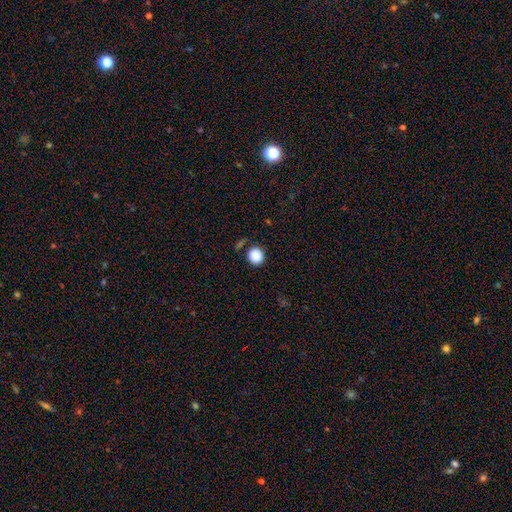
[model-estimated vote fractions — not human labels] smooth_or_featured: smooth (p=0.88) [alt: star or artifact p=0.10]
how_rounded: round (p=0.91) [alt: in between p=0.08]
merging: none (p=0.85) [alt: minor disturbance p=0.08]